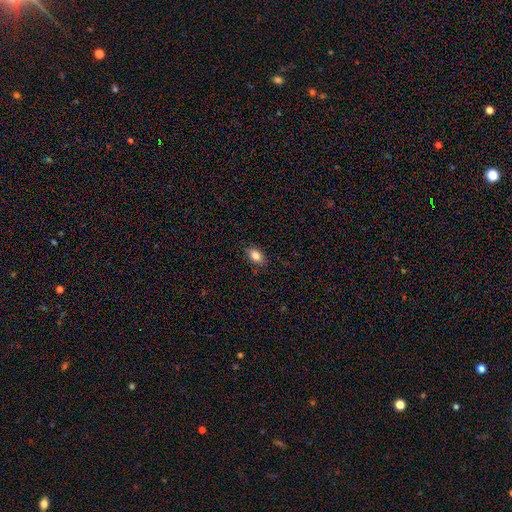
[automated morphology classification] Overall: smooth (84%). How rounded: in between (86%). Merging: none (86%).